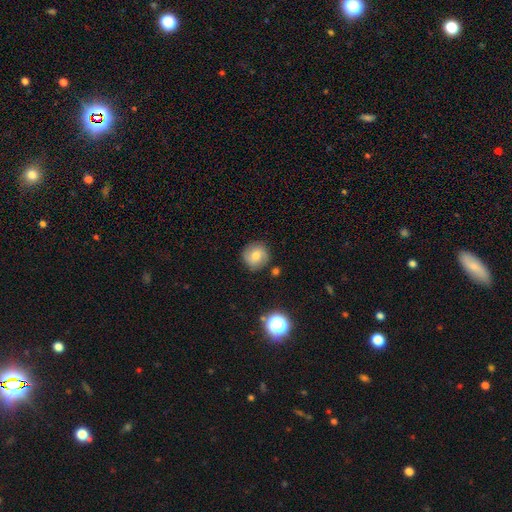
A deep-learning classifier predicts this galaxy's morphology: type=smooth (63%); roundness=round (91%); merging=none (82%).